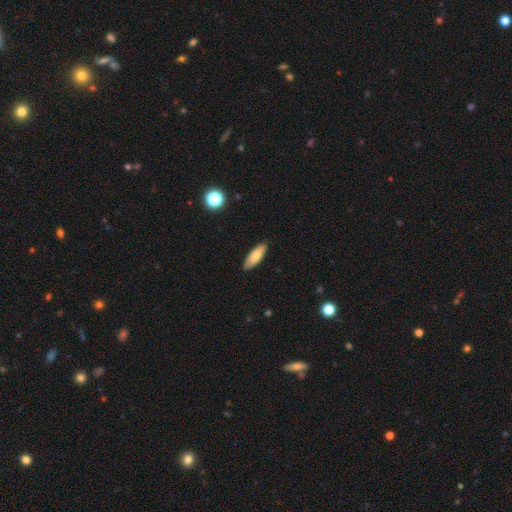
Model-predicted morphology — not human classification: This is likely a smooth galaxy (78%). How rounded: likely in between (60%). Merging: clearly none (87%).